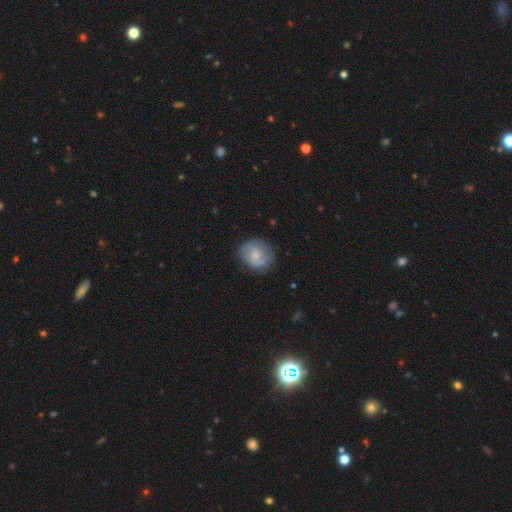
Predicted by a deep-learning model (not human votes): Morphology: type=featured or disk (59%); edge-on=no (98%); bar=no (61%); spiral arms=yes (88%); winding=medium (47%); arm count=2 (80%); bulge=small (62%); merging=none (80%).